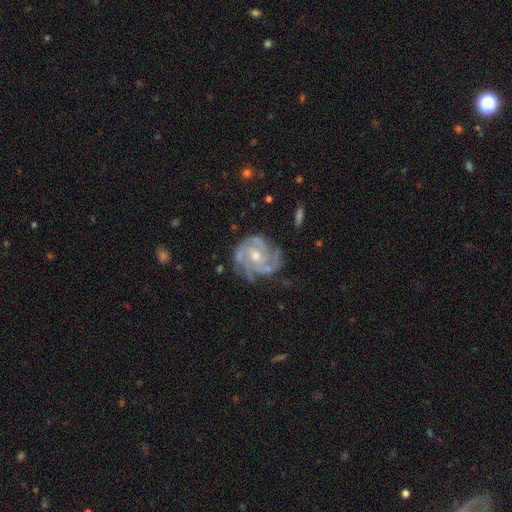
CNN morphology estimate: type=featured or disk (87%); edge-on=no (98%); bar=no (70%); spiral arms=yes (97%); winding=tight (62%); arm count=3 (36%); bulge=moderate (60%); merging=none (73%).